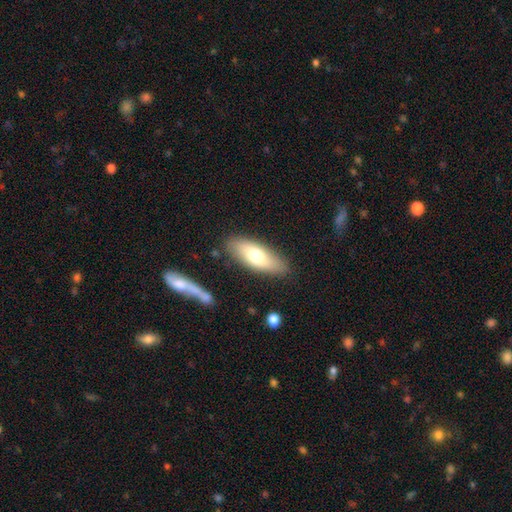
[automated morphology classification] Q: Smooth or featured?
A: smooth (68%); runner-up: featured or disk (25%)
Q: How rounded?
A: in between (73%); runner-up: cigar-shaped (25%)
Q: Merging?
A: none (83%); runner-up: minor disturbance (11%)